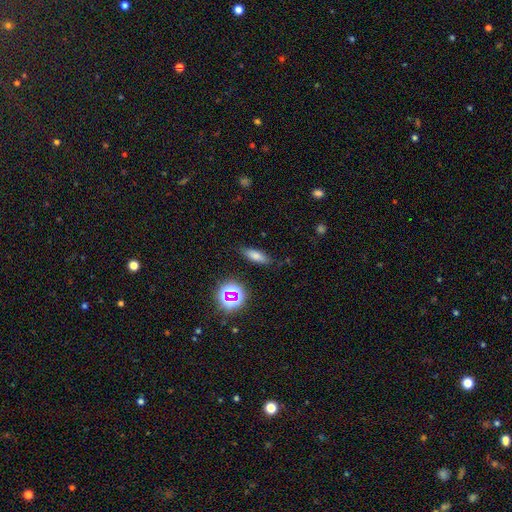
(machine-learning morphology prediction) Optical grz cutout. It shows a smooth galaxy with no disk features (72%) that is in between round and cigar-shaped (56%). Merging: none (83%).